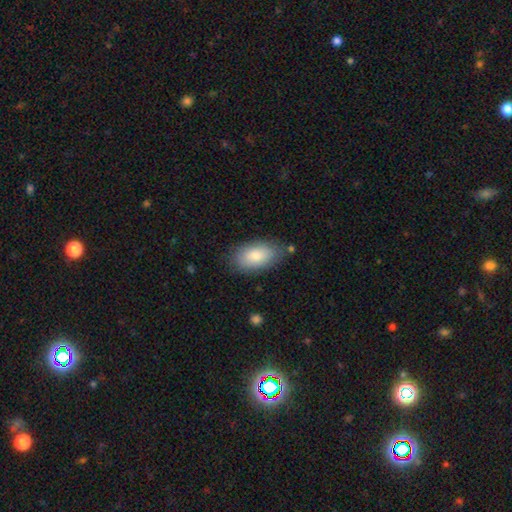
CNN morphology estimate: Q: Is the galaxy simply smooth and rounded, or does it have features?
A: smooth — 82%.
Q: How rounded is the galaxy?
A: in between — 93%.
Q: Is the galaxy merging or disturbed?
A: none — 76%.